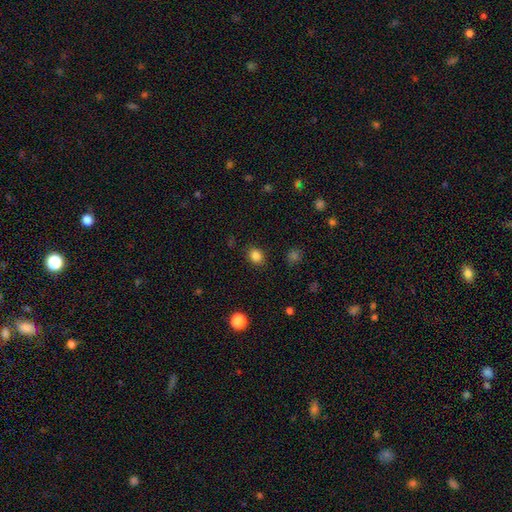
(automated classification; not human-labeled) A smooth galaxy with no disk features (84%) that is round (63%).

Vote fractions:
- Smooth or featured? smooth: 84% / star or artifact: 12% / featured or disk: 4%
- How rounded? round: 63% / in between: 36% / cigar-shaped: 1%
- Merging? none: 88% / minor disturbance: 8% / major disturbance: 3% / merger: 1%